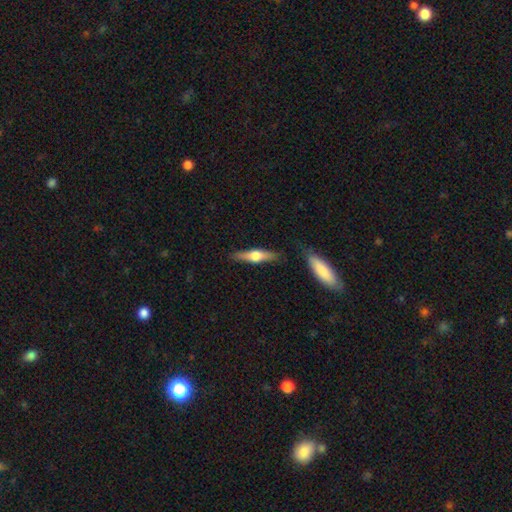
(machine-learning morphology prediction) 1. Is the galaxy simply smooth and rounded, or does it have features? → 57% featured or disk, 38% smooth, 6% star or artifact.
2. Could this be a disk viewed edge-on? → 95% yes, 5% no.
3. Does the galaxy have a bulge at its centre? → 93% rounded, 5% boxy, 2% none.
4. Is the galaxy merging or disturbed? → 83% none, 11% minor disturbance, 4% merger, 2% major disturbance.